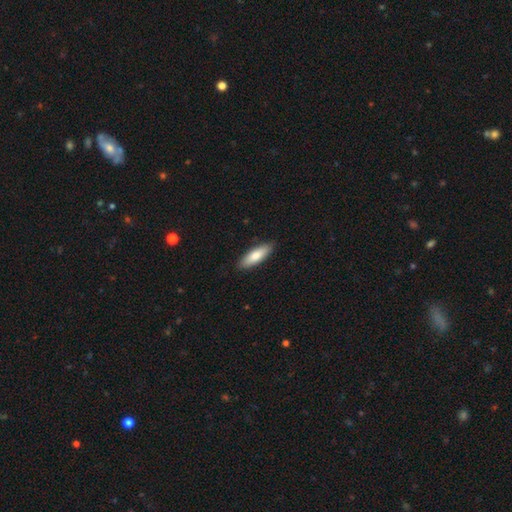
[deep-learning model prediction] A smooth galaxy with no disk features (78%) that is in between round and cigar-shaped (53%).

Vote fractions:
- Smooth or featured? smooth: 78% / featured or disk: 17% / star or artifact: 5%
- How rounded? in between: 53% / cigar-shaped: 45% / round: 2%
- Merging? none: 89% / minor disturbance: 9% / major disturbance: 2% / merger: 1%